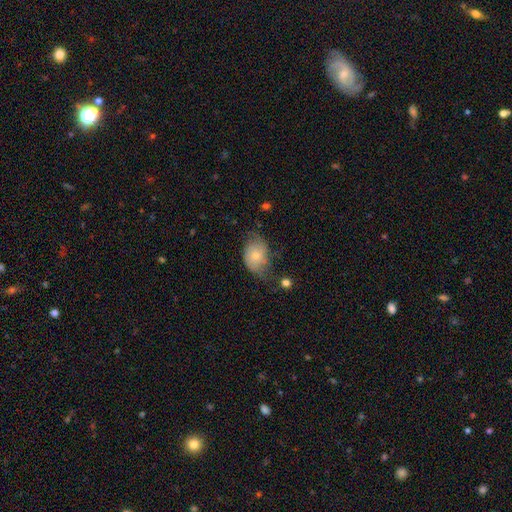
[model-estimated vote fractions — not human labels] smooth_or_featured: smooth (p=0.58) [alt: featured or disk p=0.35]
how_rounded: in between (p=0.69) [alt: round p=0.30]
merging: none (p=0.41) [alt: minor disturbance p=0.37]